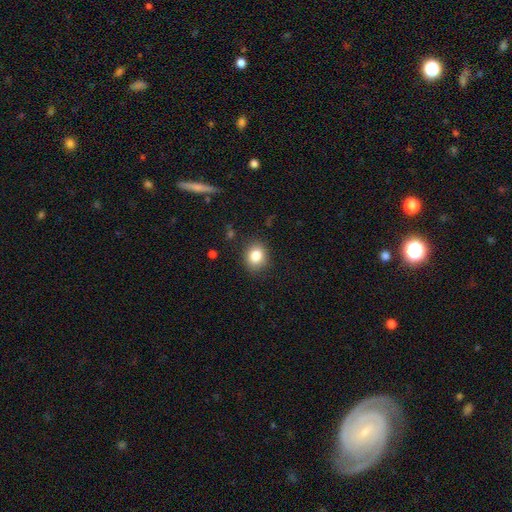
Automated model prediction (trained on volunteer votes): Smooth or featured? Predicted: smooth (p=0.83). How rounded? Predicted: round (p=0.60). Merging? Predicted: none (p=0.86).